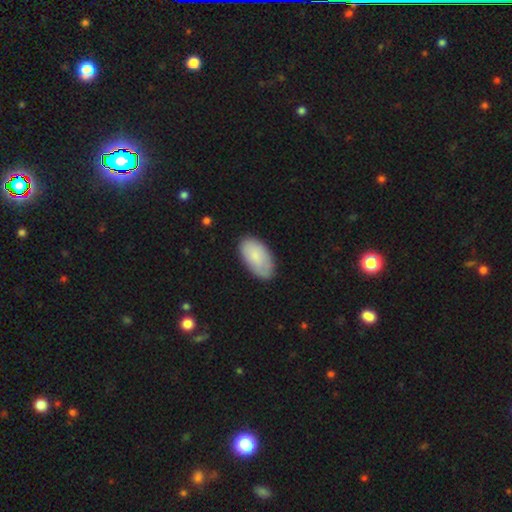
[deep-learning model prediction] smooth_or_featured: smooth (p=0.83) [alt: featured or disk p=0.12]
how_rounded: in between (p=0.96) [alt: round p=0.03]
merging: none (p=0.80) [alt: minor disturbance p=0.16]